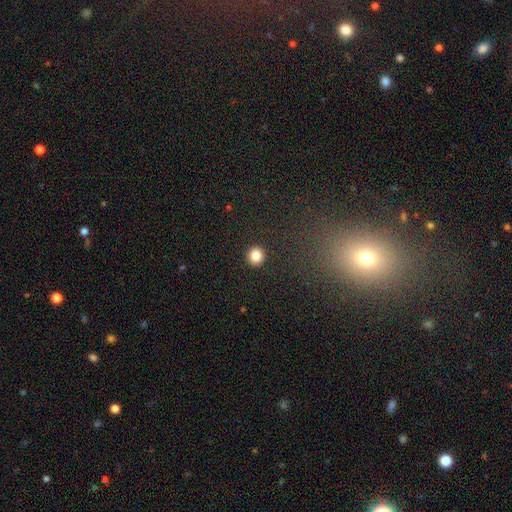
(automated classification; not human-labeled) smooth-or-featured: smooth: 85% | star or artifact: 11% | featured or disk: 5%
  how-rounded: round: 94% | in between: 5% | cigar-shaped: 1%
  merging: none: 93% | minor disturbance: 4% | major disturbance: 2% | merger: 1%